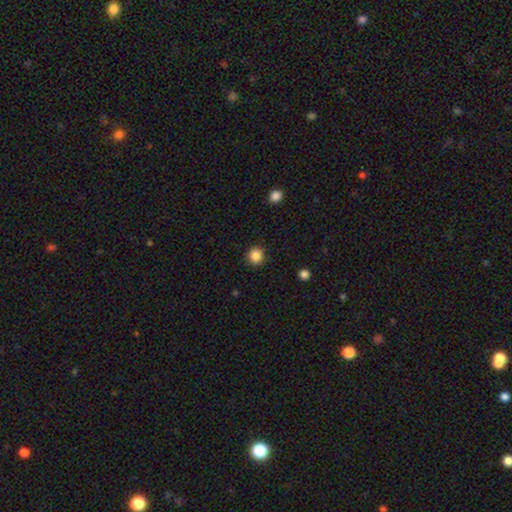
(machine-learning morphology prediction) A smooth galaxy with no disk features (86%) that is round (92%).

Vote fractions:
- Smooth or featured? smooth: 86% / star or artifact: 10% / featured or disk: 4%
- How rounded? round: 92% / in between: 7% / cigar-shaped: 1%
- Merging? none: 91% / minor disturbance: 6% / major disturbance: 2% / merger: 1%